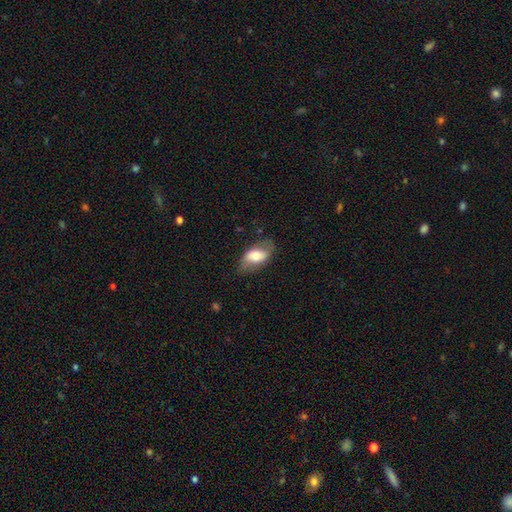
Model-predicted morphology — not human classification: A smooth galaxy with no disk features (59%) that is in between round and cigar-shaped (89%). Merging: none (68%).